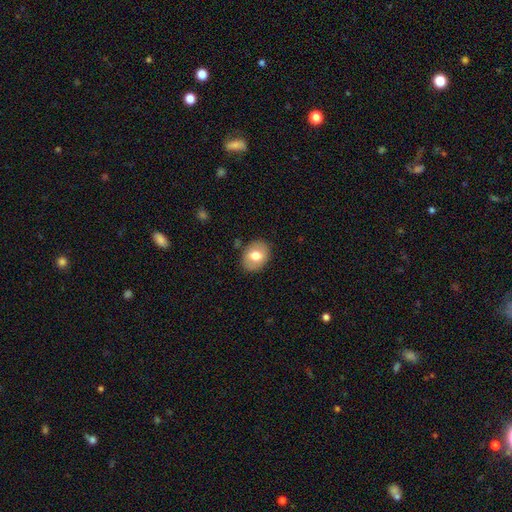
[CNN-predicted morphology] Smooth or featured: smooth — 71% (featured or disk — 21%)
How rounded: in between — 60% (round — 39%)
Merging: none — 85% (minor disturbance — 11%)